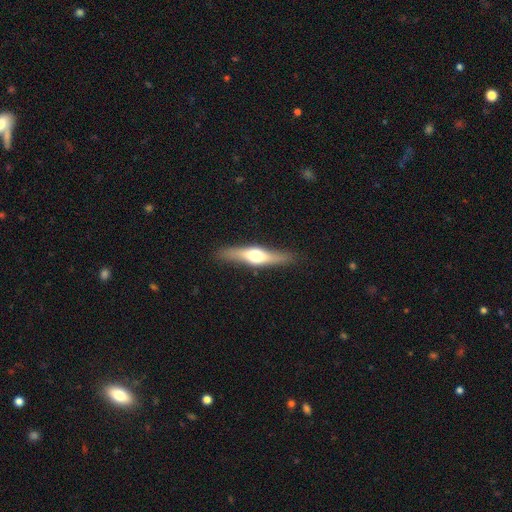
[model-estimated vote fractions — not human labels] smooth-or-featured: featured or disk: 62% | smooth: 33% | star or artifact: 5%
  disk-edge-on: yes: 93% | no: 7%
    edge-on-bulge: rounded: 92% | boxy: 5% | none: 3%
  merging: none: 86% | minor disturbance: 10% | major disturbance: 3% | merger: 1%